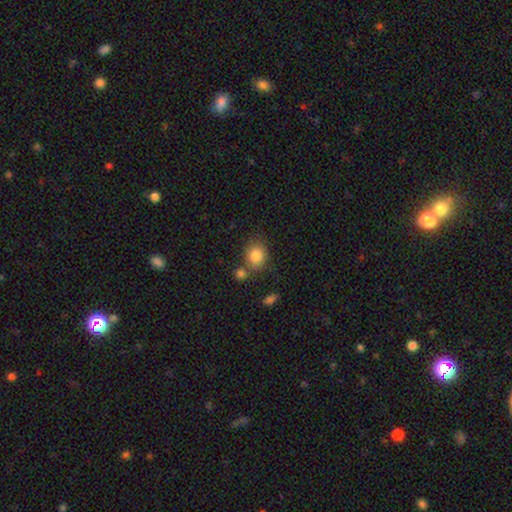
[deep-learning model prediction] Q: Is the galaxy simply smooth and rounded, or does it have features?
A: smooth — 85%.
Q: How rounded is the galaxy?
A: round — 61%.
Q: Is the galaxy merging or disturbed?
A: none — 64%.